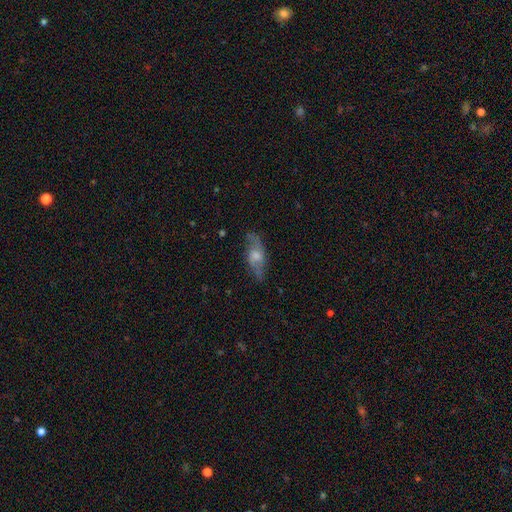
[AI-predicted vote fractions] Smooth or featured? featured or disk (61%)
Edge-on disk? no (66%)
Merging? none (75%)